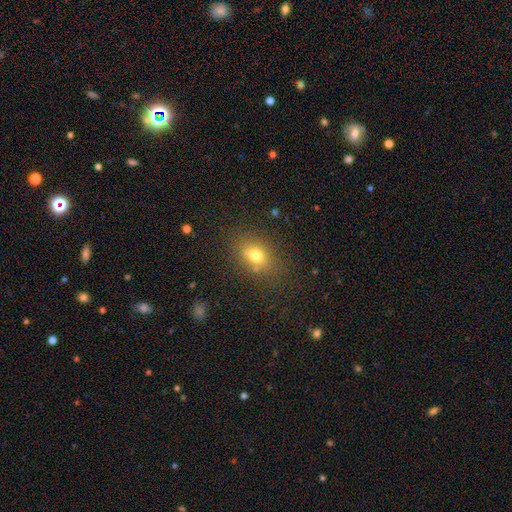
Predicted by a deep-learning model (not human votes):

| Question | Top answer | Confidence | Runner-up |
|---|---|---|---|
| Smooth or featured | smooth | 72% | star or artifact (15%) |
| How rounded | in between | 63% | round (35%) |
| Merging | none | 75% | minor disturbance (15%) |